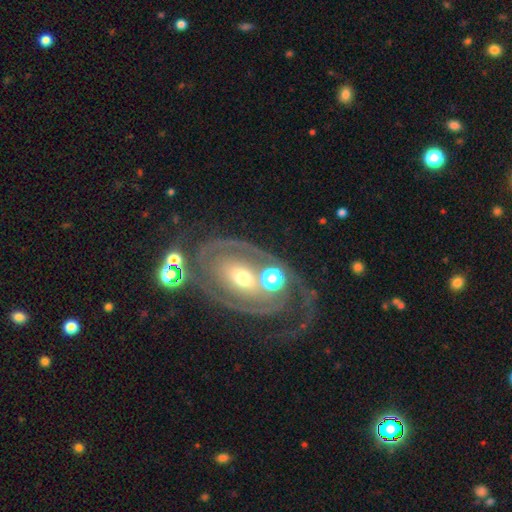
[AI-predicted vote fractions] This is clearly a featured or disk galaxy (85%). It is clearly not viewed edge-on (96%). Bar: possibly no (58%). Spiral arm pattern: clearly yes (87%). Spiral arm count: possibly 2 (46%). Spiral winding: likely tight (60%). Central bulge: possibly moderate (59%). Merging: possibly none (55%).